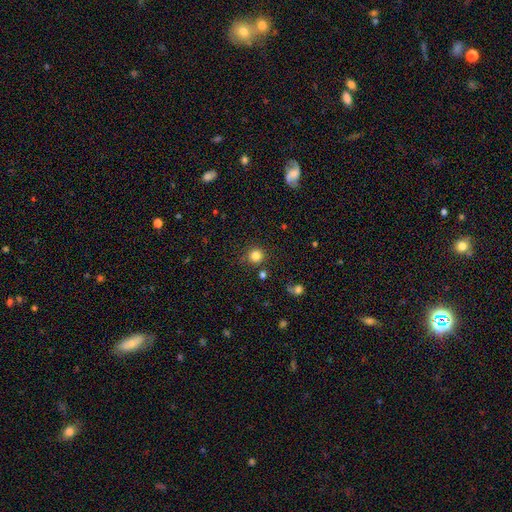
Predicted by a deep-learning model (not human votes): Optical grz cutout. It shows a smooth galaxy with no disk features (82%) that is round (93%). Merging: none (83%).